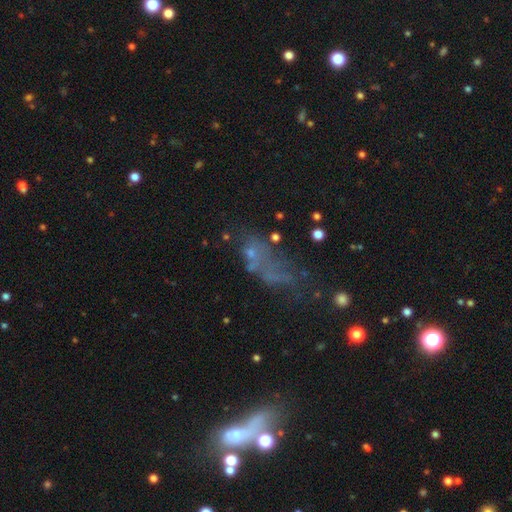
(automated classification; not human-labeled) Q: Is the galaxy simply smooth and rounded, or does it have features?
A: featured or disk — 35%, tied with smooth.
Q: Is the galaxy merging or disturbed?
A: major disturbance — 36%.